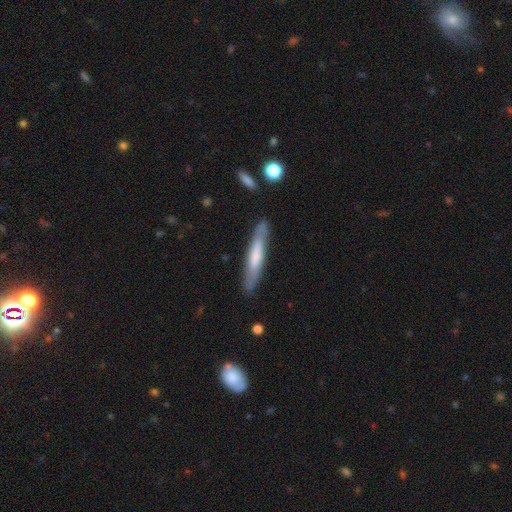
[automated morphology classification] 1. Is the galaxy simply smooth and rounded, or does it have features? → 52% smooth, 42% featured or disk, 6% star or artifact.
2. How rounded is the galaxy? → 91% cigar-shaped, 8% in between, 1% round.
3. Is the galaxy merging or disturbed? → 82% none, 13% minor disturbance, 3% major disturbance, 2% merger.